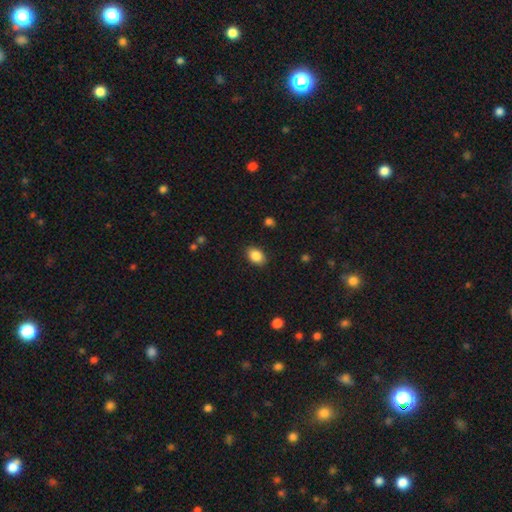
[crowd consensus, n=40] smooth-or-featured: smooth: 100% | featured or disk: 0% | star or artifact: 0%
  how-rounded: in between: 95% | round: 5% | cigar-shaped: 0%
  merging: none: 85% | minor disturbance: 8% | major disturbance: 5% | merger: 2%